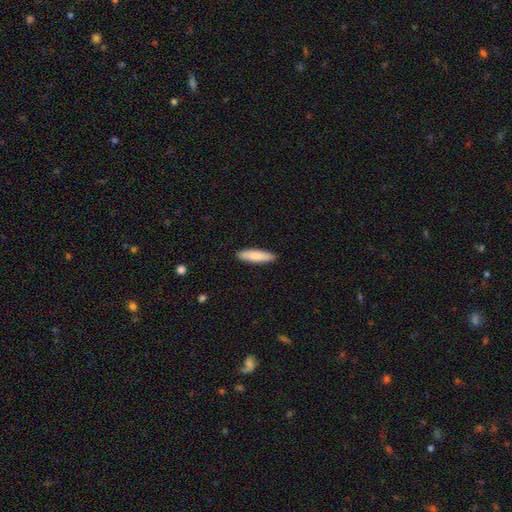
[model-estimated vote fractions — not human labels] The model was most divided on "how rounded": cigar-shaped: 71%, in between: 28%, round: 1%. More confident: merging — none (89%); smooth or featured — smooth (85%).